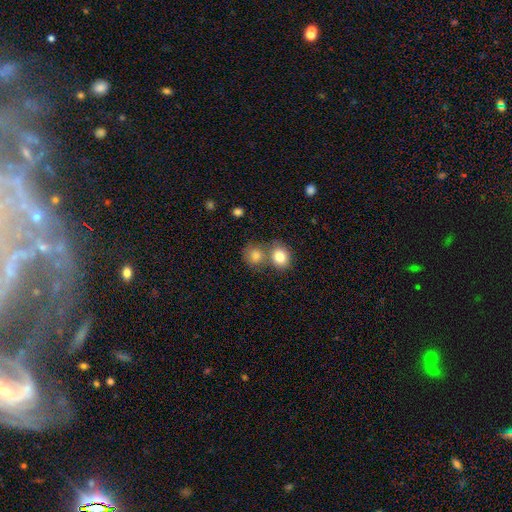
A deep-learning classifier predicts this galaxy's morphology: This is likely a smooth galaxy (80%). How rounded: likely round (73%). Merging: marginally none (42%).